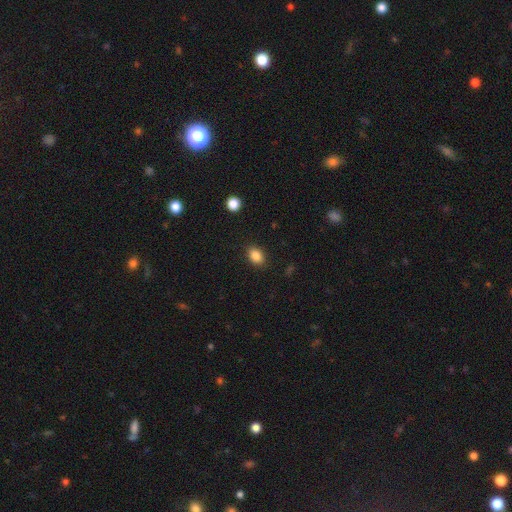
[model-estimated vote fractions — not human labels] smooth 86%, star or artifact 10%, featured or disk 4%. Down the decision tree: how rounded — in between (75%); merging — none (88%).